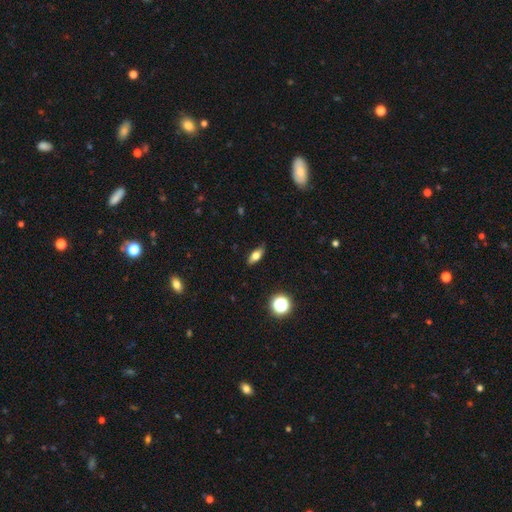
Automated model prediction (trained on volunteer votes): This appears to be a smooth galaxy with no disk features (69%) that is in between round and cigar-shaped (78%). Merging: none (86%).